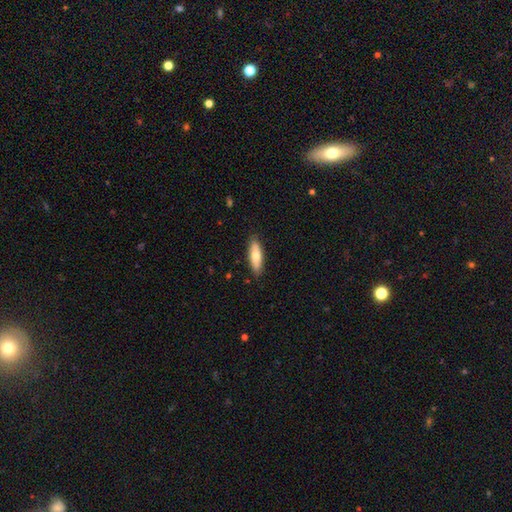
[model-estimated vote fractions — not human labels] Smooth or featured?
  - smooth: 69% *
  - featured or disk: 26%
  - star or artifact: 6%
How rounded?
  - in between: 53% *
  - cigar-shaped: 45%
  - round: 2%
Merging?
  - none: 87% *
  - minor disturbance: 10%
  - major disturbance: 2%
  - merger: 1%